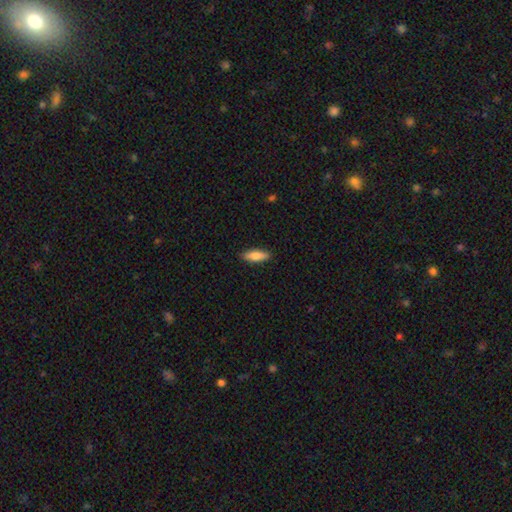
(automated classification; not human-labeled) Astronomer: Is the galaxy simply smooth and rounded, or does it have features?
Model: smooth — 80%.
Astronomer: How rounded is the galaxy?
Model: in between — 54% (runner-up: cigar-shaped, 44%).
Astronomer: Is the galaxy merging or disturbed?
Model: none — 90%.